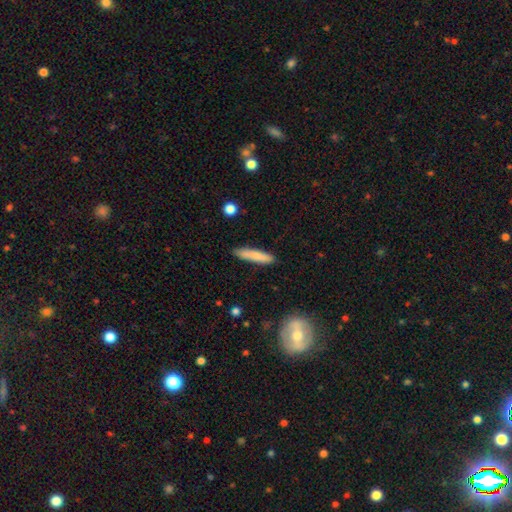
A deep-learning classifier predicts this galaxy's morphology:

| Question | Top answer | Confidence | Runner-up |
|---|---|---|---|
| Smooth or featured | smooth | 80% | featured or disk (14%) |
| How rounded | cigar-shaped | 86% | in between (12%) |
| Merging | none | 86% | minor disturbance (10%) |